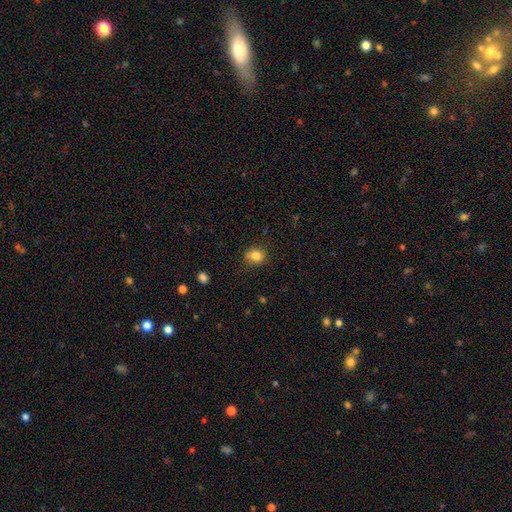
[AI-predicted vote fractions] This is clearly a smooth galaxy (83%). How rounded: likely round (61%). Merging: likely none (75%).